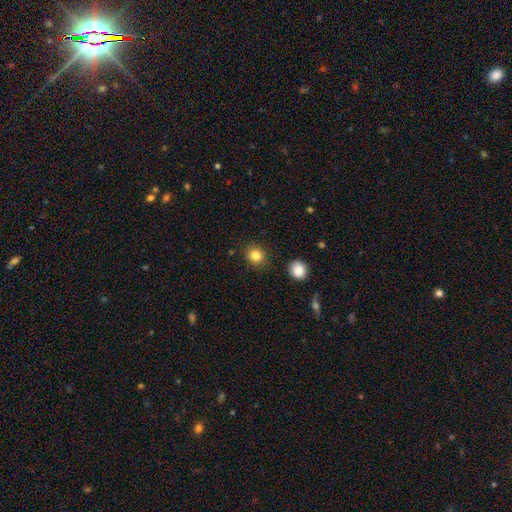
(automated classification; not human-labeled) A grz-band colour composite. It shows a smooth galaxy with no disk features (82%) that is round (82%). Merging: none (88%).